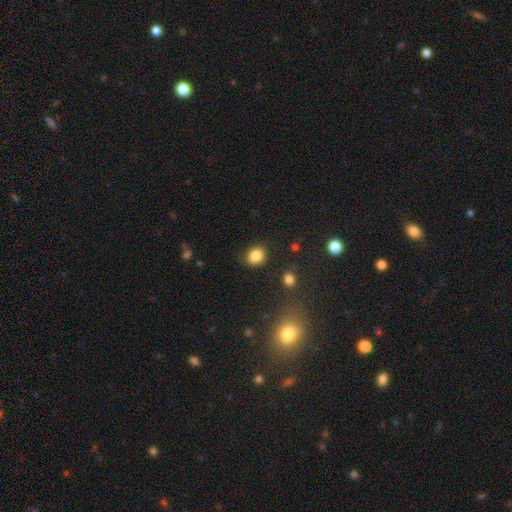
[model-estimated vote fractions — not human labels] Smooth or featured? smooth (85%)
How rounded? round (56%)
Merging? none (84%)